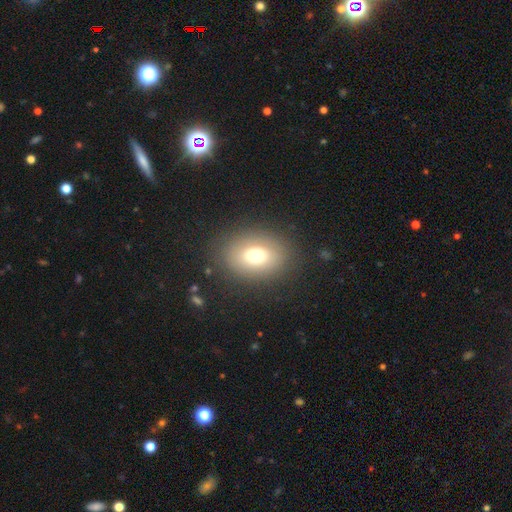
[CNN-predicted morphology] The model was most divided on "how rounded": in between: 66%, round: 32%, cigar-shaped: 1%. More confident: merging — none (83%); smooth or featured — smooth (72%).